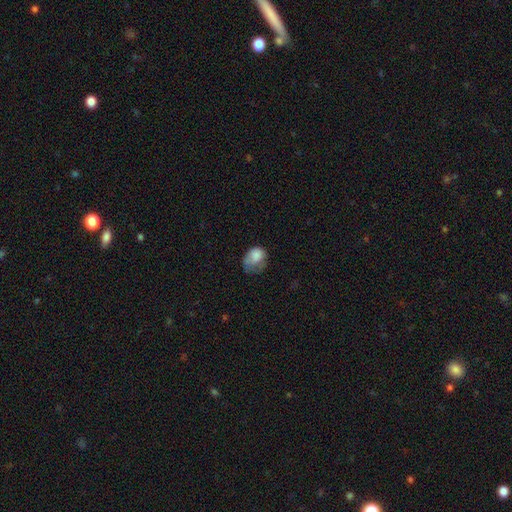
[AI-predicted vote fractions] smooth-or-featured: smooth: 77% | featured or disk: 14% | star or artifact: 9%
  how-rounded: in between: 59% | round: 40% | cigar-shaped: 1%
  merging: minor disturbance: 37% | none: 32% | major disturbance: 29% | merger: 2%